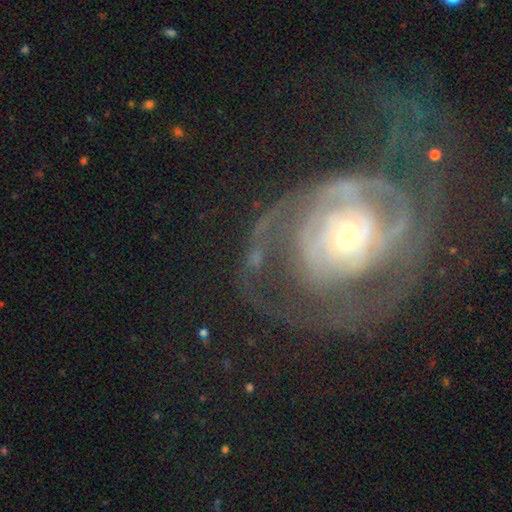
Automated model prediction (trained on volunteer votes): smooth-or-featured: featured or disk: 73% | smooth: 17% | star or artifact: 10%
  disk-edge-on: no: 95% | yes: 5%
    bar: no: 76% | weak: 17% | strong: 7%
    has-spiral-arms: yes: 64% | no: 36%
    bulge-size: moderate: 51% | small: 41% | large: 5% | dominant: 2% | none: 1%
  merging: major disturbance: 47% | none: 34% | minor disturbance: 14% | merger: 5%